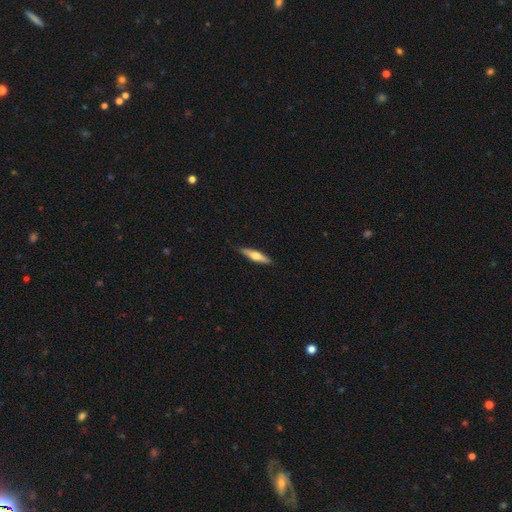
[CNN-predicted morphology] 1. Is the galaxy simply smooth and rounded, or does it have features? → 52% smooth, 43% featured or disk, 5% star or artifact.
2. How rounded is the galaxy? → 80% cigar-shaped, 19% in between, 2% round.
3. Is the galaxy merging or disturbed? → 87% none, 10% minor disturbance, 2% major disturbance, 1% merger.